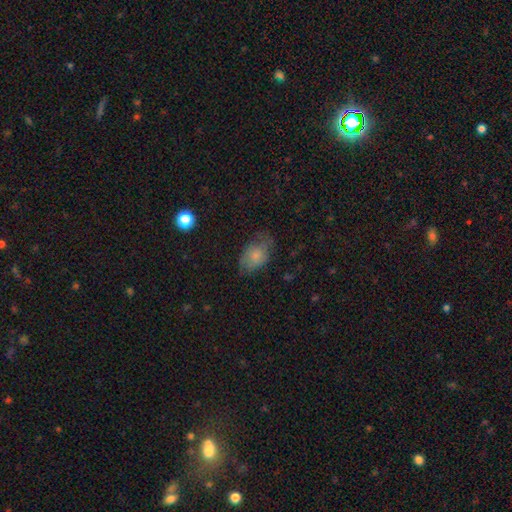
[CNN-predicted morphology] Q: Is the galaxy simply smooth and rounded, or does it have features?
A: smooth — 73%.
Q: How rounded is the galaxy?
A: in between — 84%.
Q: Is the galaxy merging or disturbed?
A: none — 55%.